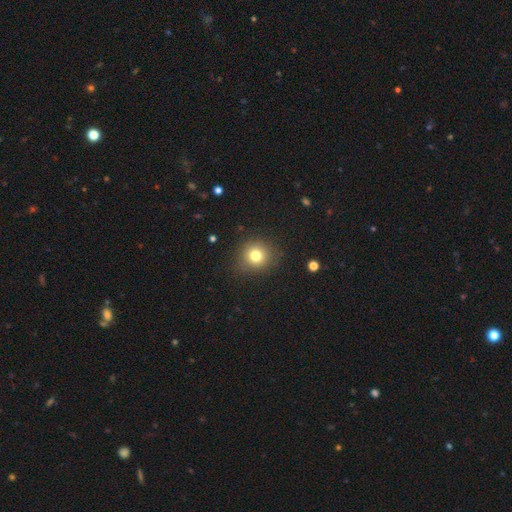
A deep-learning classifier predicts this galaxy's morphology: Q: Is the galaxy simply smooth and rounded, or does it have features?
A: smooth — 78%.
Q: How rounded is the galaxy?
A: round — 88%.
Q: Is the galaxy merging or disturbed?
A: none — 86%.